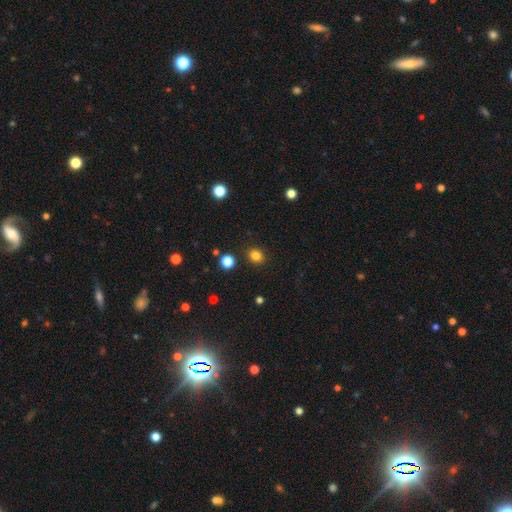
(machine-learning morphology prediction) This appears to be a smooth galaxy with no disk features (83%) that is round (77%). Merging: none (90%).